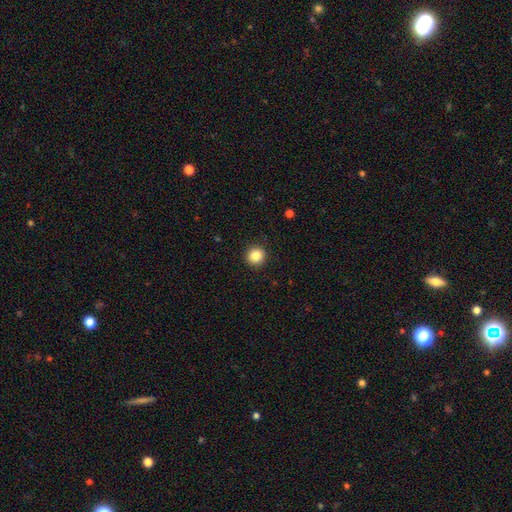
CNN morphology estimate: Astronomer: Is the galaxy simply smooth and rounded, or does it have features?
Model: smooth — 85%.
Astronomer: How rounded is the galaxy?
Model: round — 94%.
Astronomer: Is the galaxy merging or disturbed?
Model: none — 92%.